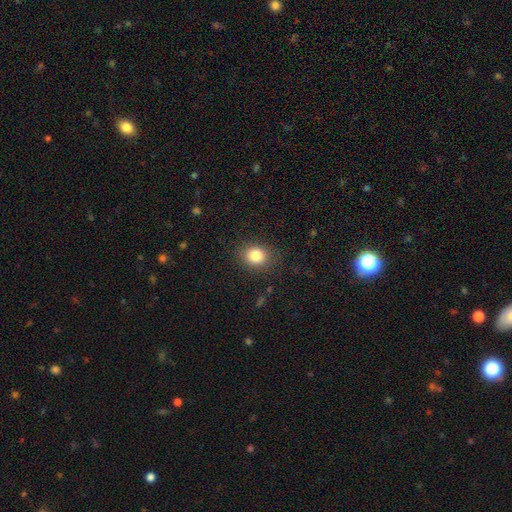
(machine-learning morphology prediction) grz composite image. It shows a smooth galaxy with no disk features (83%) that is round (66%). Merging: none (86%).